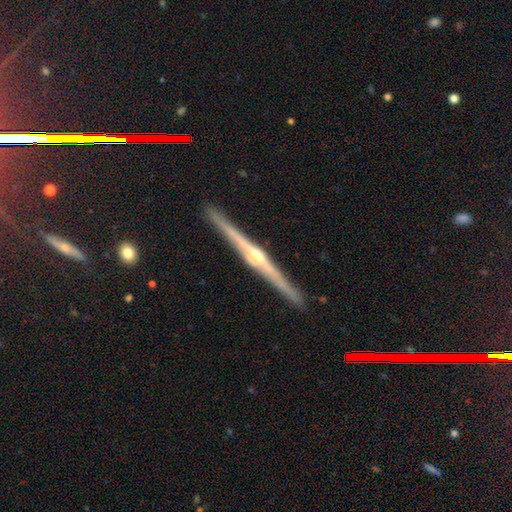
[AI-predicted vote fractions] Smooth or featured?
  - featured or disk: 87% *
  - smooth: 8%
  - star or artifact: 5%
Edge-on disk?
  - yes: 99% *
  - no: 1%
Edge-on bulge?
  - rounded: 83% *
  - boxy: 10%
  - none: 7%
Merging?
  - none: 92% *
  - minor disturbance: 5%
  - major disturbance: 1%
  - merger: 1%